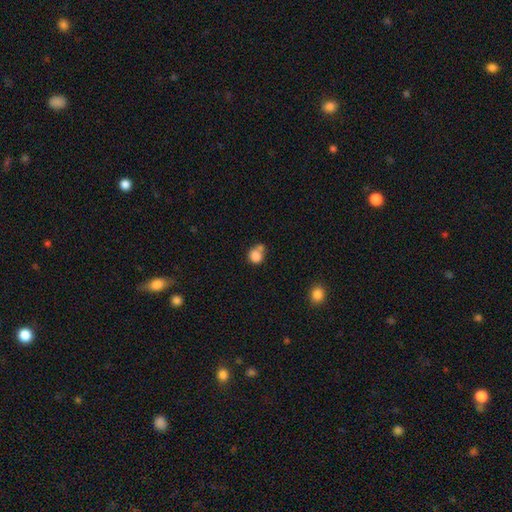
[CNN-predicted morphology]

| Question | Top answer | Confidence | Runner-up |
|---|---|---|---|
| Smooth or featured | smooth | 82% | star or artifact (10%) |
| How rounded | round | 77% | in between (22%) |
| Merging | none | 41% | merger (37%) |